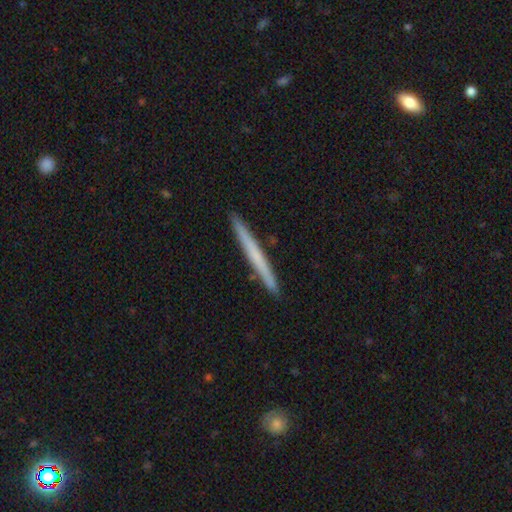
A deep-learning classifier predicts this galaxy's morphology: This is possibly a smooth galaxy (51%). How rounded: clearly cigar-shaped (97%). Merging: clearly none (92%).